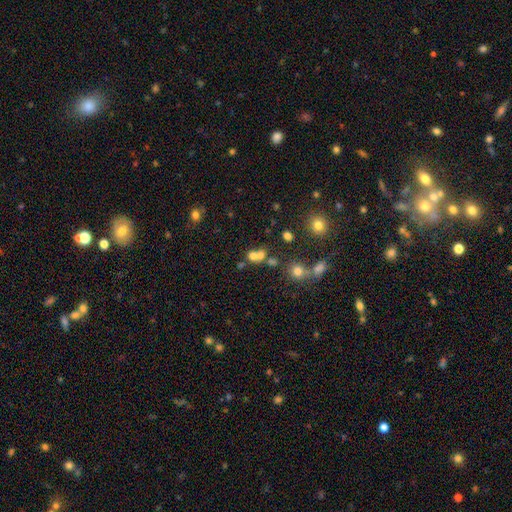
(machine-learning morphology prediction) Smooth or featured?
  - smooth: 64% *
  - star or artifact: 19%
  - featured or disk: 16%
How rounded?
  - round: 75% *
  - in between: 23%
  - cigar-shaped: 1%
Merging?
  - merger: 50% *
  - none: 38%
  - minor disturbance: 7%
  - major disturbance: 5%